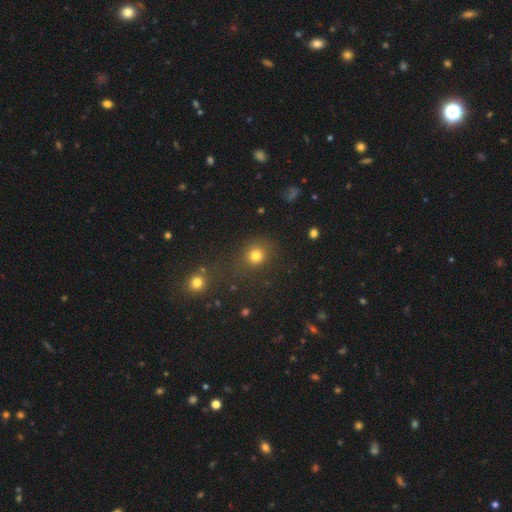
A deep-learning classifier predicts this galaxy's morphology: smooth_or_featured: smooth (p=0.78) [alt: star or artifact p=0.16]
how_rounded: round (p=0.83) [alt: in between p=0.15]
merging: none (p=0.73) [alt: minor disturbance p=0.12]